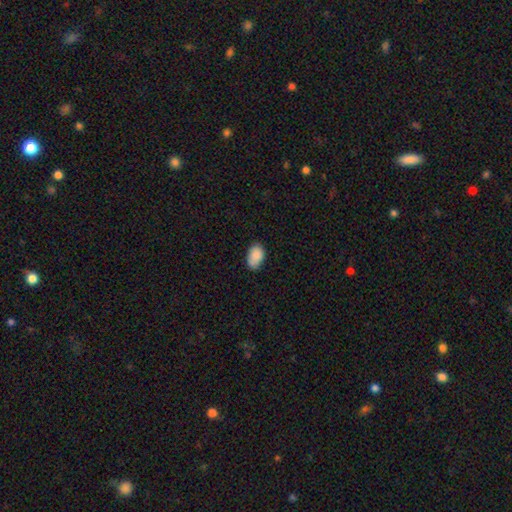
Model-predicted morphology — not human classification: A smooth galaxy with no disk features (89%) that is in between round and cigar-shaped (91%). Merging: none (74%).